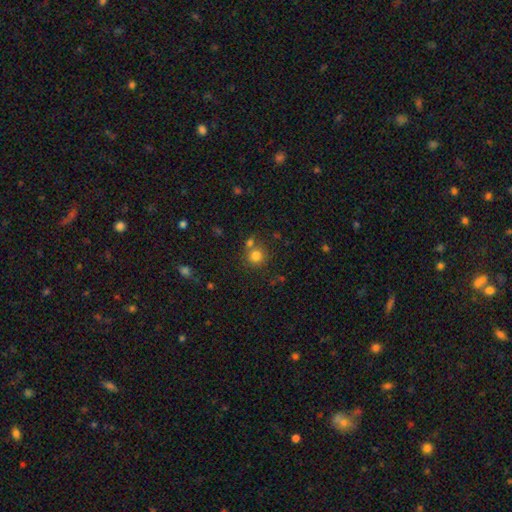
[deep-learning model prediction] Smooth or featured? Predicted: smooth (p=0.79). How rounded? Predicted: round (p=0.90). Merging? Predicted: none (p=0.63).